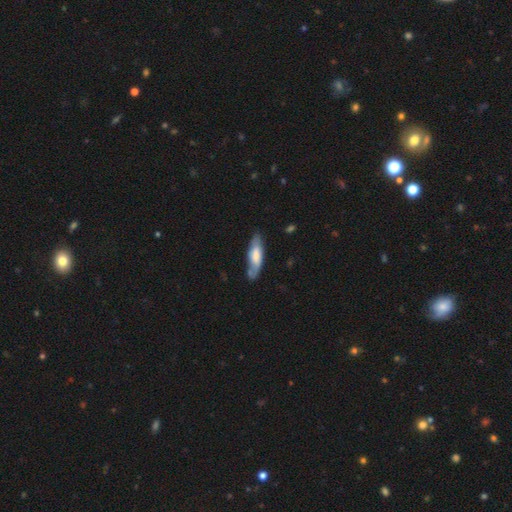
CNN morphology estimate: Q: Smooth or featured?
A: smooth (56%); runner-up: featured or disk (39%)
Q: How rounded?
A: cigar-shaped (51%); runner-up: in between (47%)
Q: Merging?
A: none (69%); runner-up: minor disturbance (22%)